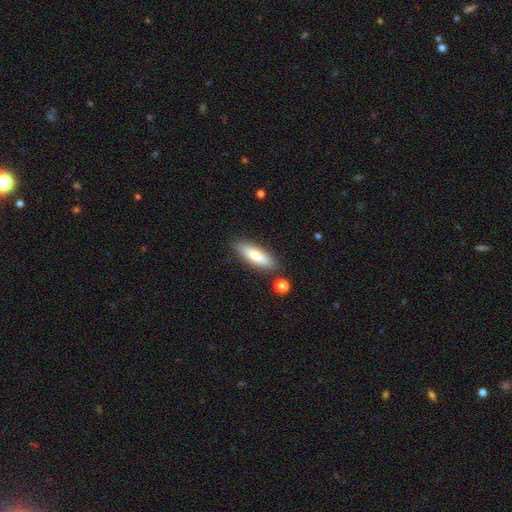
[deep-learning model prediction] smooth_or_featured: smooth (p=0.76) [alt: featured or disk p=0.18]
how_rounded: cigar-shaped (p=0.54) [alt: in between p=0.44]
merging: none (p=0.83) [alt: minor disturbance p=0.11]